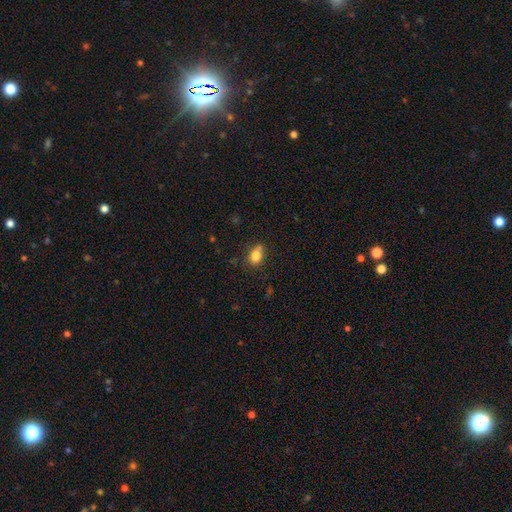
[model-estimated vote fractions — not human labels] This appears to be a smooth galaxy with no disk features (80%) that is in between round and cigar-shaped (62%). Merging: none (57%).